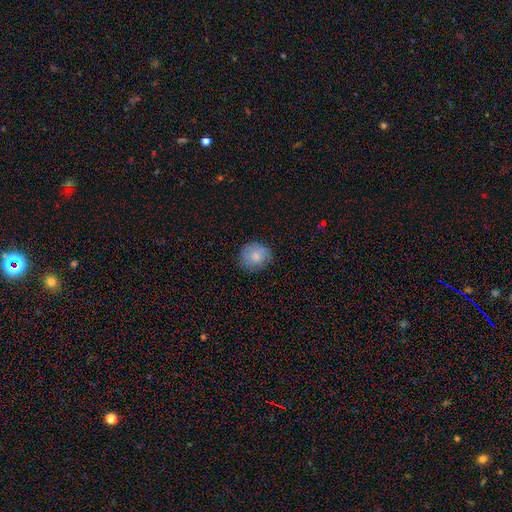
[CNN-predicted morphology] Smooth or featured: smooth — 79% (featured or disk — 14%)
How rounded: round — 83% (in between — 16%)
Merging: none — 81% (minor disturbance — 14%)